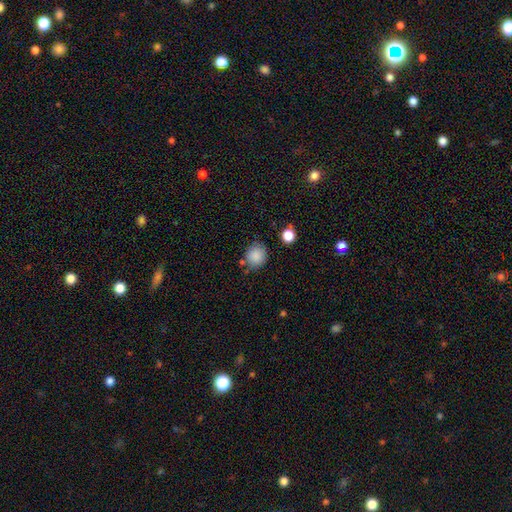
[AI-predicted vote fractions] Overall: smooth (87%). How rounded: round (86%). Merging: none (77%).